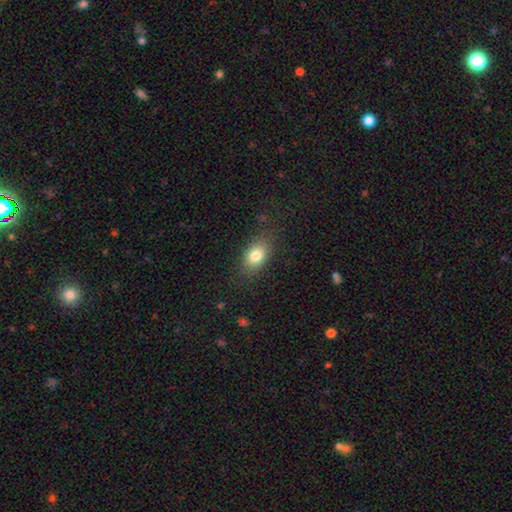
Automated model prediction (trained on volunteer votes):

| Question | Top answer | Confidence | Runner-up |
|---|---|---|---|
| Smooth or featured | smooth | 80% | featured or disk (11%) |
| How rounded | in between | 80% | round (18%) |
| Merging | none | 81% | minor disturbance (13%) |